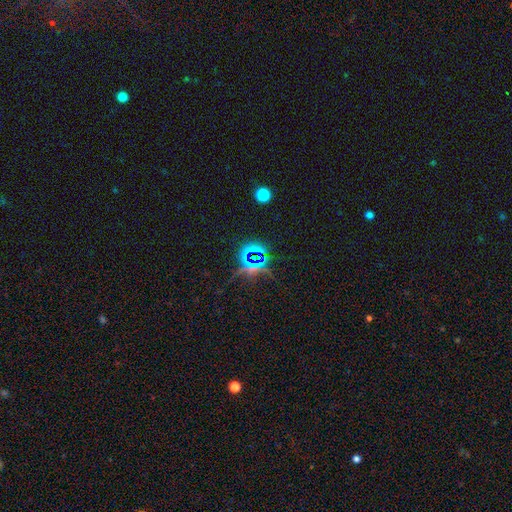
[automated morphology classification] This is likely a star or artifact rather than a galaxy (75%).